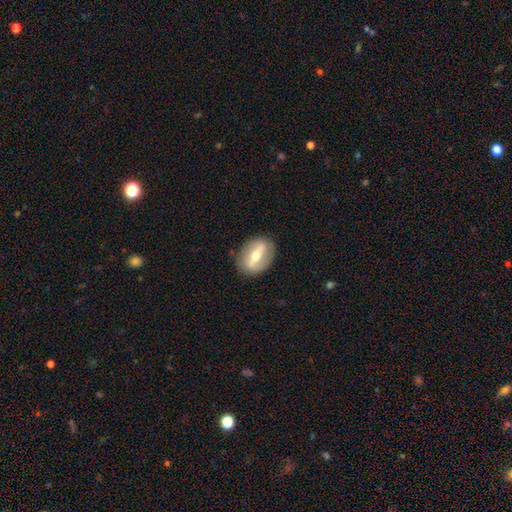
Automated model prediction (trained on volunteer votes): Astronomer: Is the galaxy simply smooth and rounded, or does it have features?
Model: featured or disk — 63%.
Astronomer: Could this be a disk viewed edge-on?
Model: no — 78%.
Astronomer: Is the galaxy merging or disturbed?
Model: none — 85%.